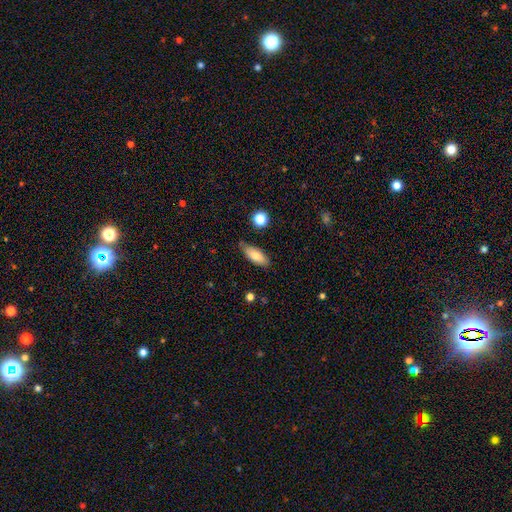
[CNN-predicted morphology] Q: Smooth or featured?
A: smooth (78%); runner-up: featured or disk (14%)
Q: How rounded?
A: in between (73%); runner-up: cigar-shaped (25%)
Q: Merging?
A: none (76%); runner-up: minor disturbance (18%)